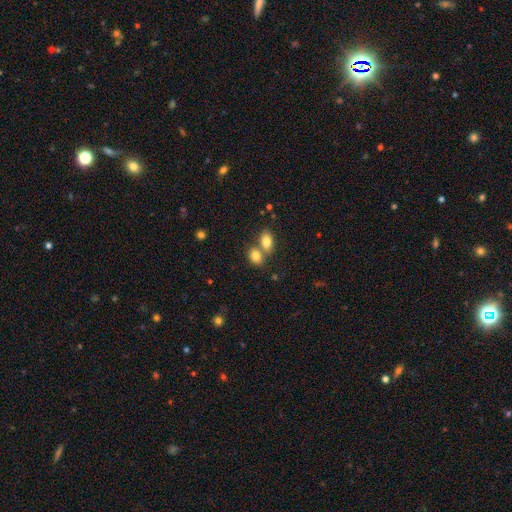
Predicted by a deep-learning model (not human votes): Overall: smooth (81%). How rounded: in between (76%). Merging: merger (53%; none 37%).